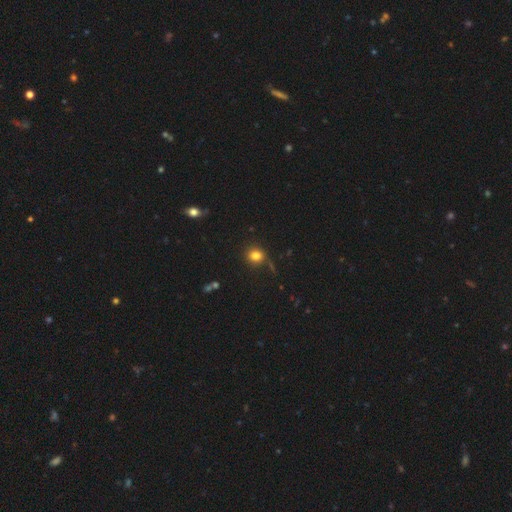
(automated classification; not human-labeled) The model was most divided on "how rounded": round: 82%, in between: 17%, cigar-shaped: 1%. More confident: smooth or featured — smooth (81%); merging — none (78%).